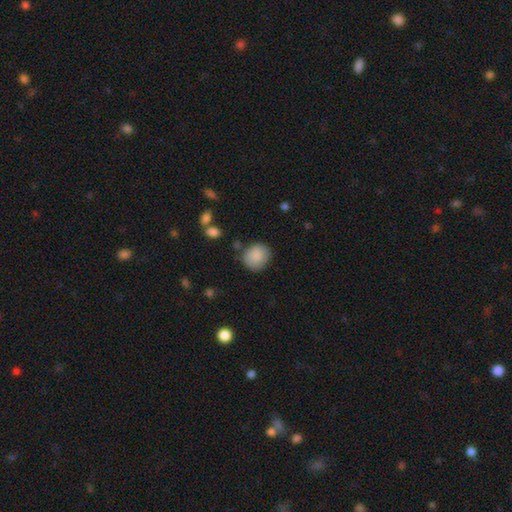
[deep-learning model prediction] Smooth or featured: smooth — 87% (star or artifact — 7%)
How rounded: round — 74% (in between — 25%)
Merging: none — 75% (minor disturbance — 17%)